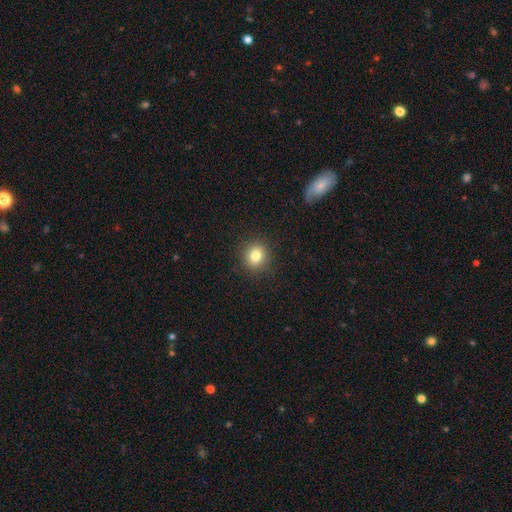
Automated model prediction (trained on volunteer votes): The model was most divided on "smooth or featured": smooth: 81%, star or artifact: 12%, featured or disk: 7%. More confident: merging — none (91%); how rounded — round (86%).